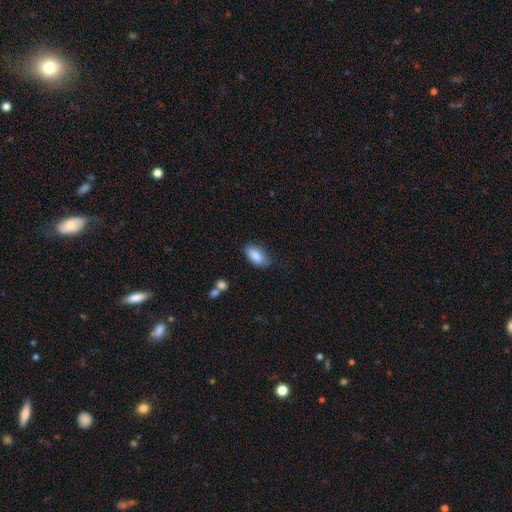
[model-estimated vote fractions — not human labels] Overall: smooth (88%). How rounded: in between (91%). Merging: none (77%).